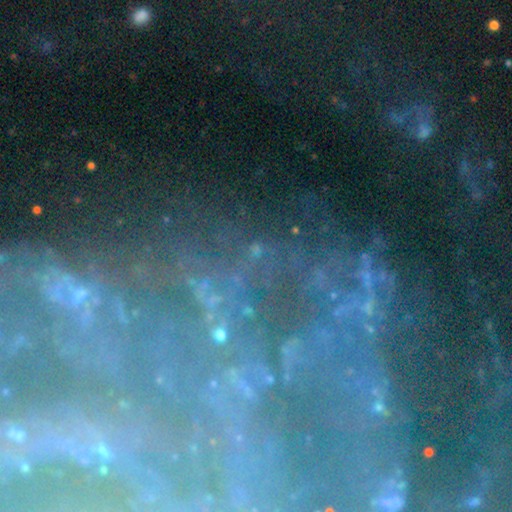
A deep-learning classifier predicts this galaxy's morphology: star or artifact 42% (tied), featured or disk 42% (tied), smooth 15%.